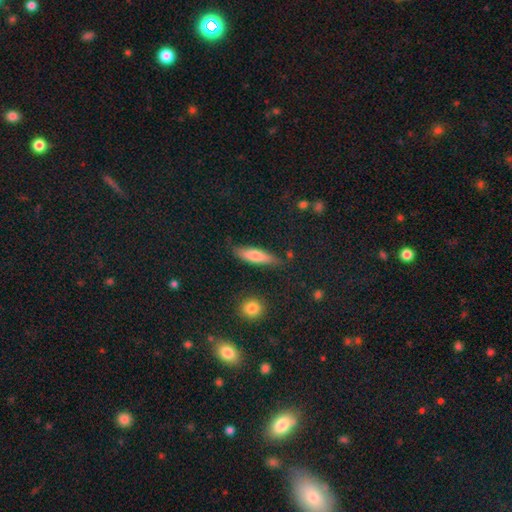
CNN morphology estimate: Q: Smooth or featured?
A: smooth (71%); runner-up: featured or disk (22%)
Q: How rounded?
A: cigar-shaped (61%); runner-up: in between (36%)
Q: Merging?
A: none (78%); runner-up: minor disturbance (15%)